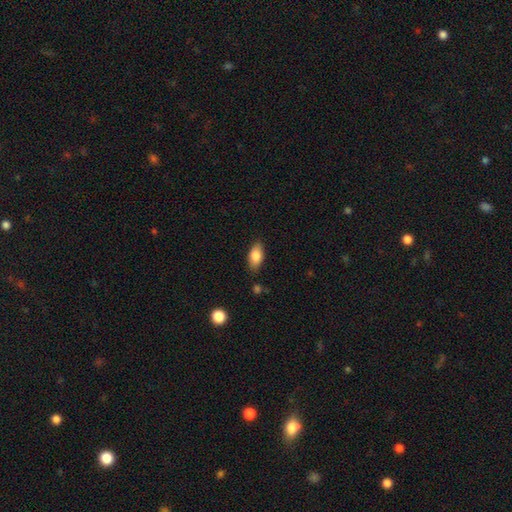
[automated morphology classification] Smooth or featured? Predicted: smooth (p=0.83). How rounded? Predicted: in between (p=0.90). Merging? Predicted: none (p=0.83).